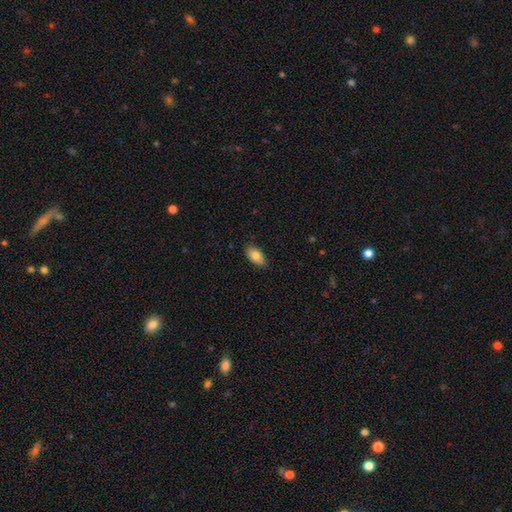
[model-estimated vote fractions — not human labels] This appears to be a smooth galaxy with no disk features (81%) that is in between round and cigar-shaped (92%). Merging: none (87%).